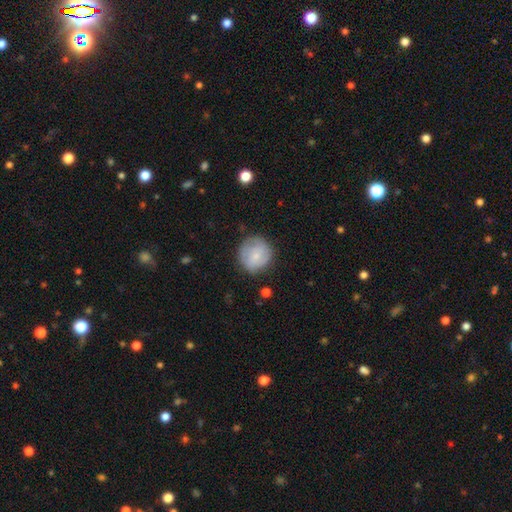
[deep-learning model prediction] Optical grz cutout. It shows a smooth galaxy with no disk features (64%) that is round (92%). Merging: none (73%).